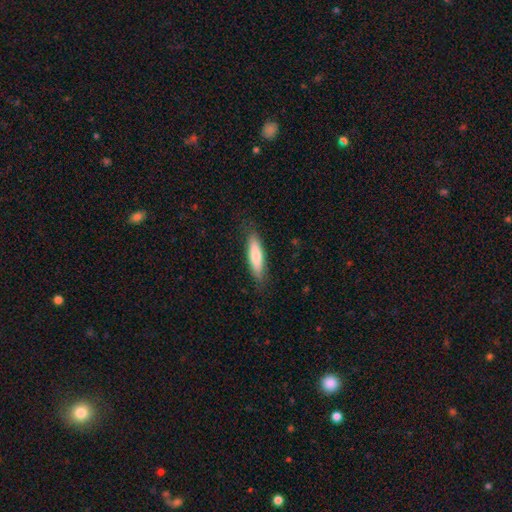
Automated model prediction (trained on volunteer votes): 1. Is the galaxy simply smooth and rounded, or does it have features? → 77% smooth, 18% featured or disk, 5% star or artifact.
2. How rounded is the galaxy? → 68% cigar-shaped, 31% in between, 1% round.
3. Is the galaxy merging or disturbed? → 85% none, 12% minor disturbance, 3% major disturbance, 1% merger.